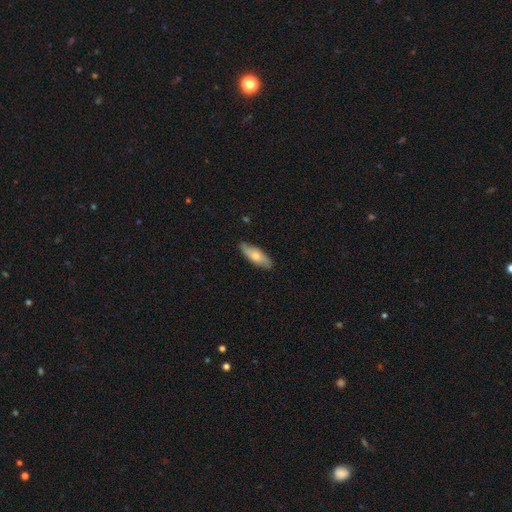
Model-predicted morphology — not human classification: The model was most divided on "how rounded": in between: 63%, cigar-shaped: 35%, round: 2%. More confident: merging — none (84%); smooth or featured — smooth (66%).